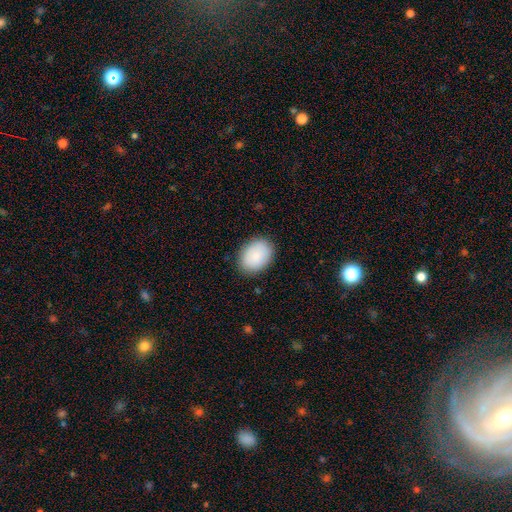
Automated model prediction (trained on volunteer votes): This is clearly a smooth galaxy (87%). How rounded: likely in between (74%). Merging: clearly none (85%).